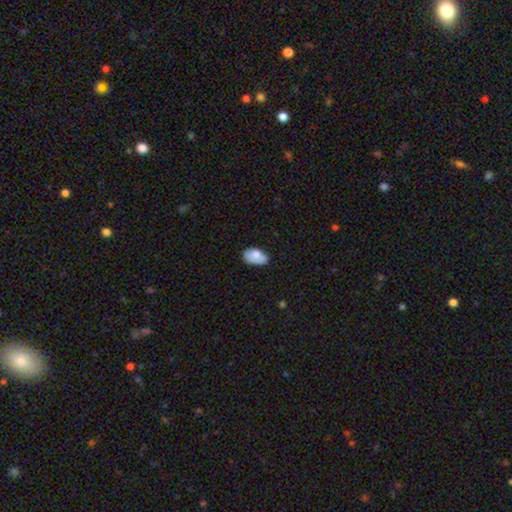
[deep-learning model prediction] Morphology: type=smooth (74%); roundness=in between (91%); merging=none (49%).